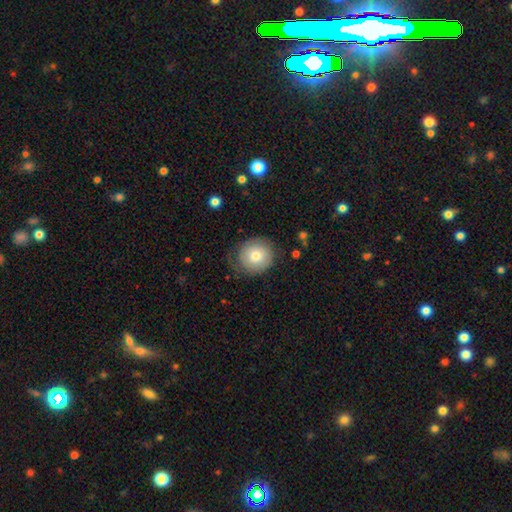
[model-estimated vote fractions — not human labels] This is likely a smooth galaxy (71%). How rounded: clearly round (88%). Merging: likely none (72%).